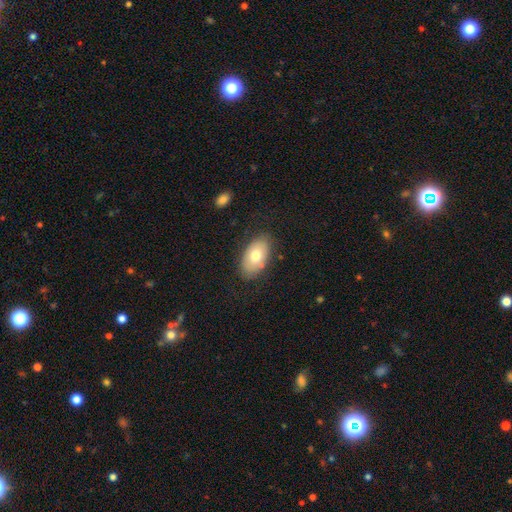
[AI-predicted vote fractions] A smooth galaxy with no disk features (72%) that is in between round and cigar-shaped (93%).

Vote fractions:
- Smooth or featured? smooth: 72% / featured or disk: 22% / star or artifact: 7%
- How rounded? in between: 93% / round: 5% / cigar-shaped: 1%
- Merging? none: 80% / minor disturbance: 14% / major disturbance: 4% / merger: 2%